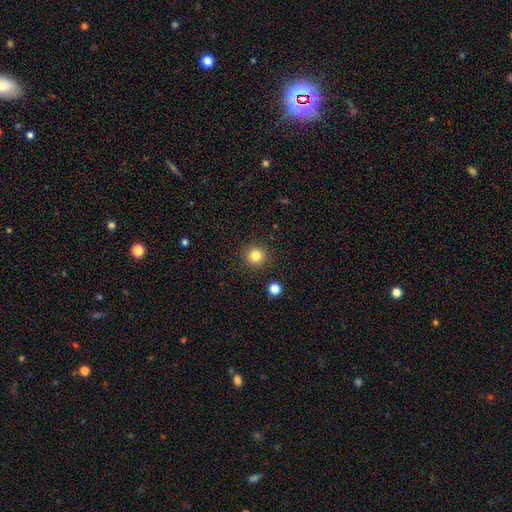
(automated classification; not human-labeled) The model was most divided on "smooth or featured": smooth: 82%, star or artifact: 12%, featured or disk: 5%. More confident: how rounded — round (95%); merging — none (90%).